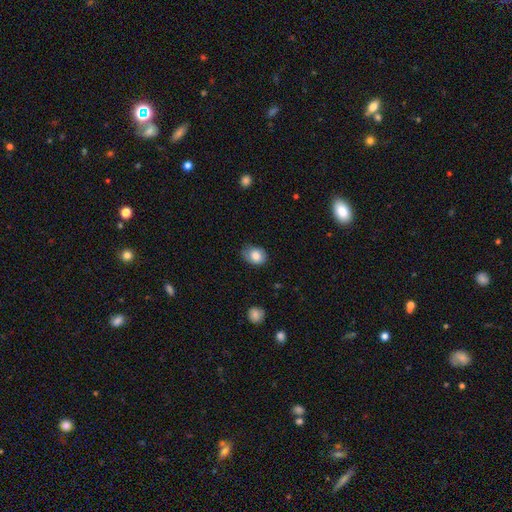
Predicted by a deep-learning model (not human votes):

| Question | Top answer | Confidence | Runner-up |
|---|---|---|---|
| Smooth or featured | smooth | 82% | featured or disk (10%) |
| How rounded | in between | 65% | round (34%) |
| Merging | none | 70% | minor disturbance (25%) |